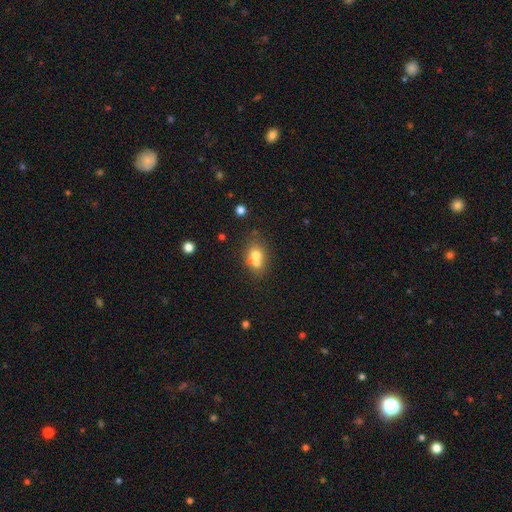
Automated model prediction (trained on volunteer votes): Smooth or featured: smooth — 67% (featured or disk — 21%)
How rounded: round — 54% (in between — 45%)
Merging: merger — 48% (none — 39%)